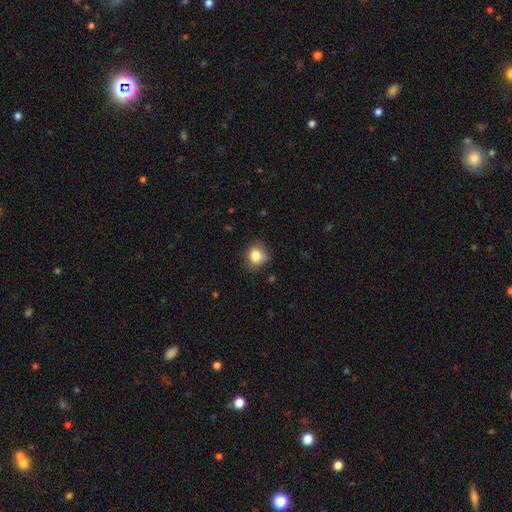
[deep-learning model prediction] smooth-or-featured: smooth: 83% | star or artifact: 10% | featured or disk: 7%
  how-rounded: round: 78% | in between: 21% | cigar-shaped: 1%
  merging: none: 77% | minor disturbance: 18% | major disturbance: 3% | merger: 1%